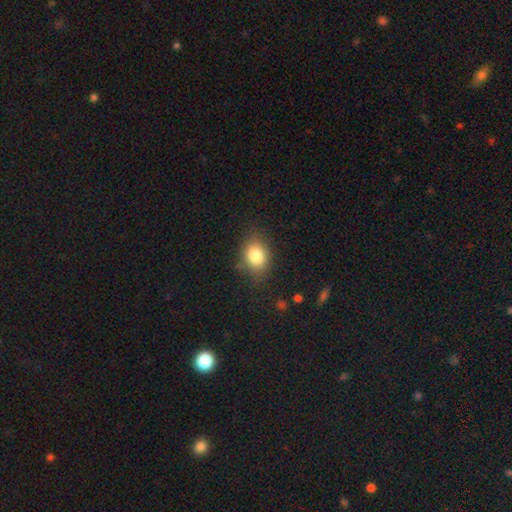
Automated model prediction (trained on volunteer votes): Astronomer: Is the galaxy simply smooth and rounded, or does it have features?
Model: smooth — 81%.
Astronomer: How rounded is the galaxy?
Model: in between — 66%.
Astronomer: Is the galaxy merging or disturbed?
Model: none — 74%.